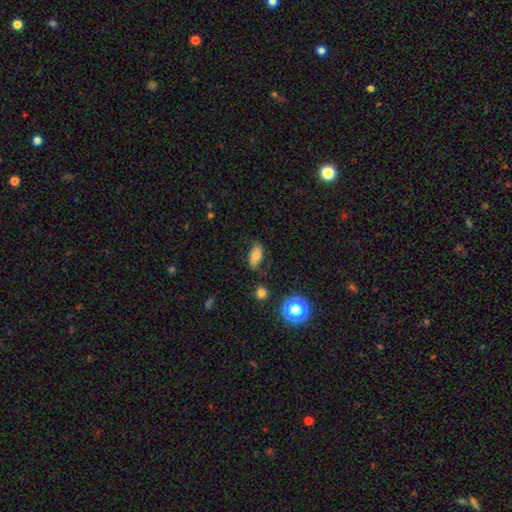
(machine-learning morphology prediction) Smooth or featured? smooth (68%)
How rounded? in between (86%)
Merging? none (69%)